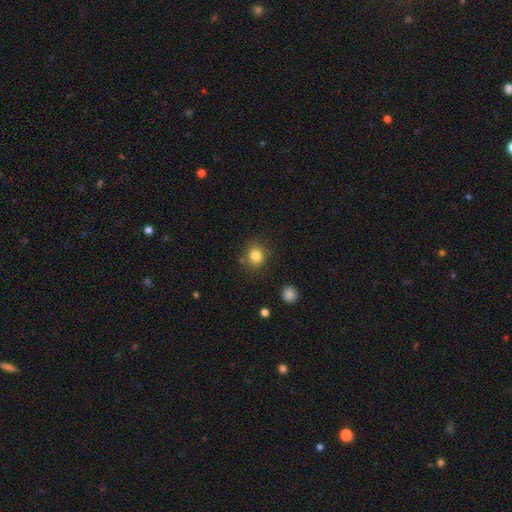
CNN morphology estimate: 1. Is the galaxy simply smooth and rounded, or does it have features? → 83% smooth, 11% star or artifact, 6% featured or disk.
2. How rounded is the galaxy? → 82% round, 17% in between, 1% cigar-shaped.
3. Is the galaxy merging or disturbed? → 83% none, 10% minor disturbance, 3% merger, 3% major disturbance.